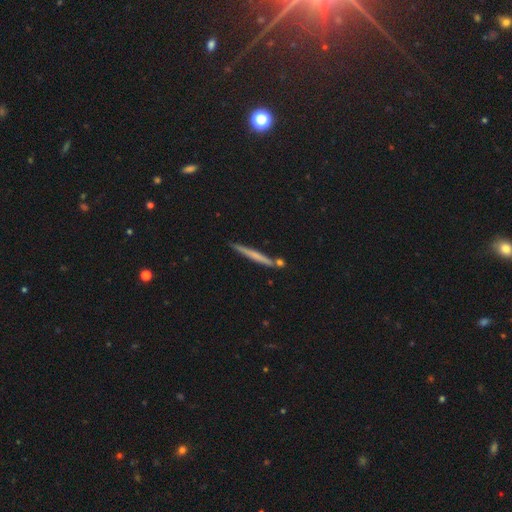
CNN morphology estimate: Smooth or featured? smooth (51%)
How rounded? cigar-shaped (96%)
Merging? none (83%)